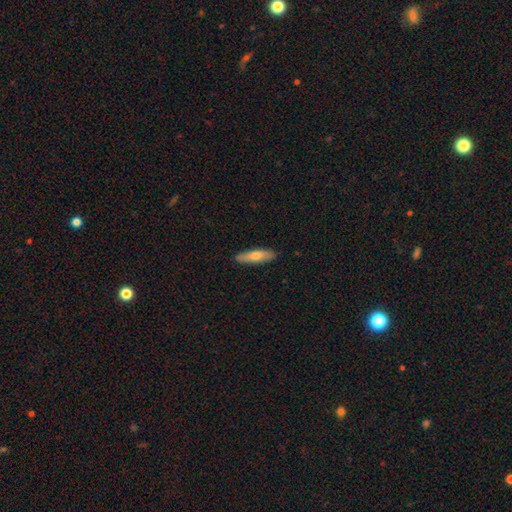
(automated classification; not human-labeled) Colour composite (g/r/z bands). It shows a smooth galaxy with no disk features (68%) that is cigar-shaped (65%). Merging: none (88%).